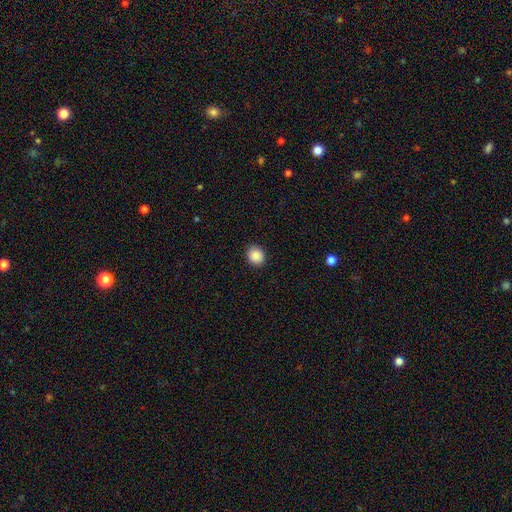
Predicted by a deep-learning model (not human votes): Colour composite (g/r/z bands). It shows a smooth galaxy with no disk features (88%) that is round (80%). Merging: none (91%).